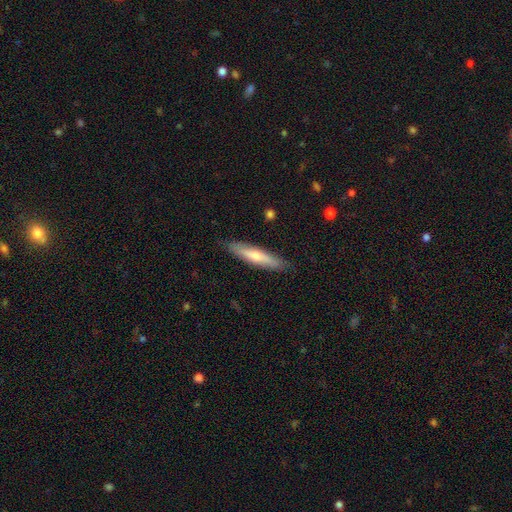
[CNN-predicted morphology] smooth_or_featured: smooth (p=0.55) [alt: featured or disk p=0.40]
how_rounded: cigar-shaped (p=0.86) [alt: in between p=0.13]
merging: none (p=0.87) [alt: minor disturbance p=0.10]